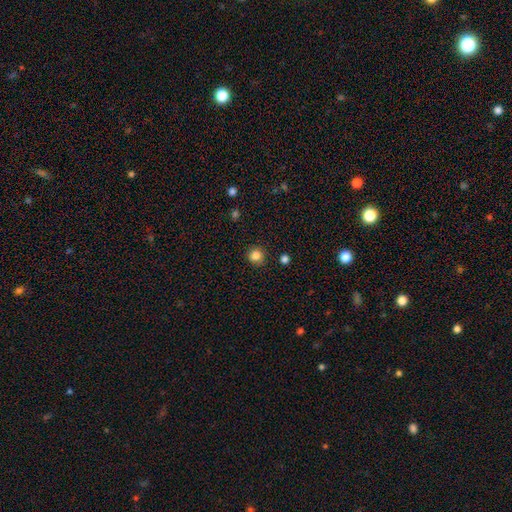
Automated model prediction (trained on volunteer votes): This is clearly a smooth galaxy (84%). How rounded: clearly round (92%). Merging: clearly none (88%).